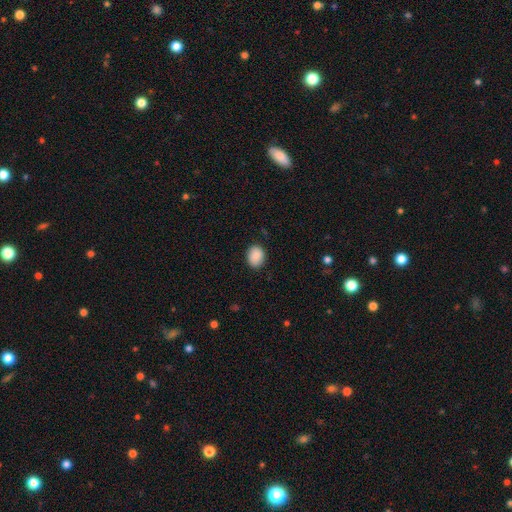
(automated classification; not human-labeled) smooth 89%, star or artifact 8%, featured or disk 3%. Down the decision tree: how rounded — in between (56%); merging — none (87%).